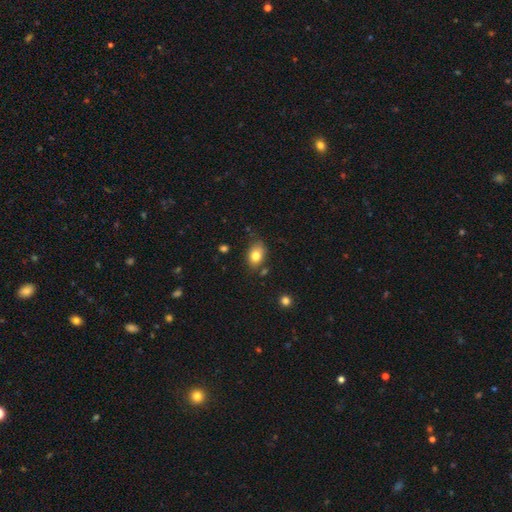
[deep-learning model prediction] Q: Smooth or featured?
A: smooth (79%); runner-up: featured or disk (11%)
Q: How rounded?
A: in between (76%); runner-up: round (23%)
Q: Merging?
A: none (73%); runner-up: minor disturbance (19%)